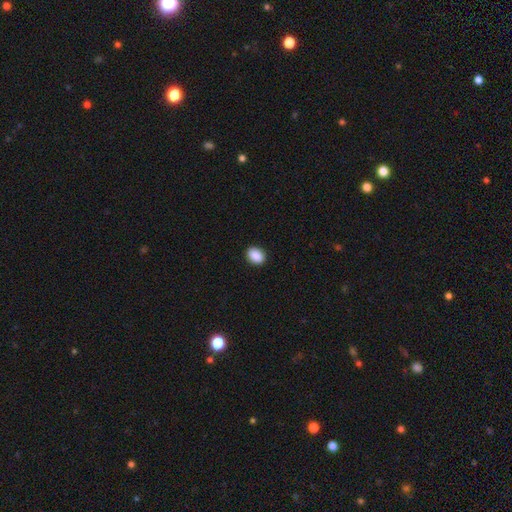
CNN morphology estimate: Smooth or featured?
  - smooth: 90% *
  - star or artifact: 7%
  - featured or disk: 3%
How rounded?
  - in between: 67% *
  - round: 32%
  - cigar-shaped: 1%
Merging?
  - none: 91% *
  - minor disturbance: 7%
  - major disturbance: 2%
  - merger: 1%